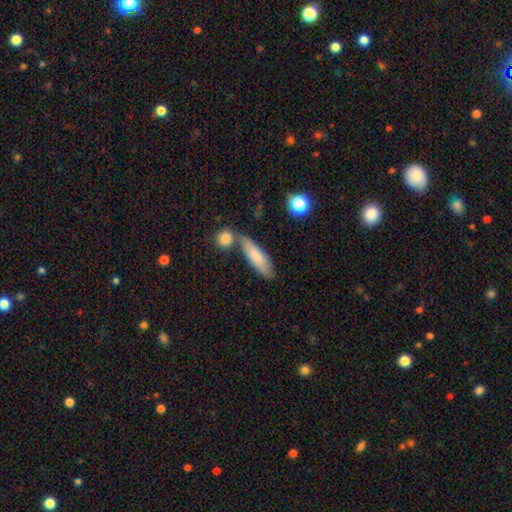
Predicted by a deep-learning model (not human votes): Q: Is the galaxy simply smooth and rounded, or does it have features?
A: smooth — 77%.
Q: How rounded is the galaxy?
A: cigar-shaped — 56%.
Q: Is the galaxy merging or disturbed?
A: none — 59%.